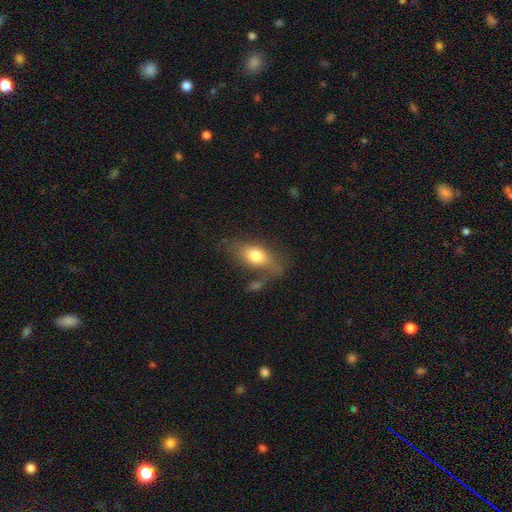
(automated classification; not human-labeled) Smooth or featured? Predicted: smooth (p=0.74). How rounded? Predicted: in between (p=0.85). Merging? Predicted: none (p=0.50).